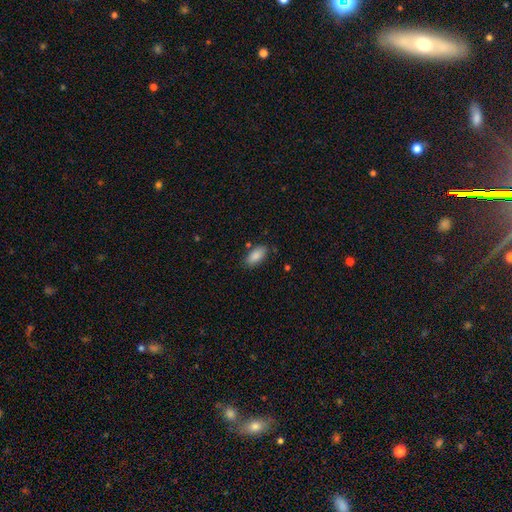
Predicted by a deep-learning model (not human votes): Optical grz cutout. It shows a smooth galaxy with no disk features (88%) that is in between round and cigar-shaped (90%). Merging: none (82%).